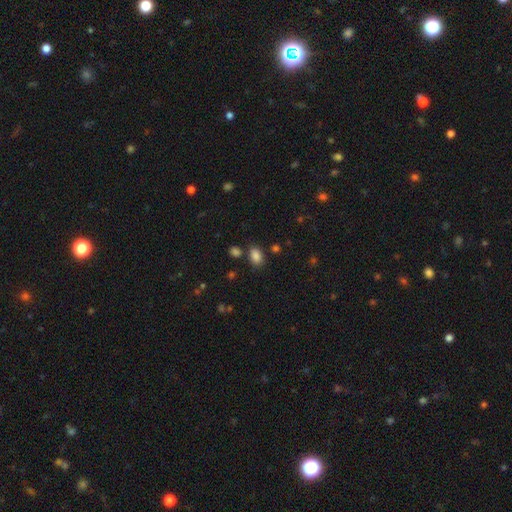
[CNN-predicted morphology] Smooth or featured: smooth — 85% (star or artifact — 11%)
How rounded: in between — 84% (round — 15%)
Merging: none — 77% (minor disturbance — 12%)